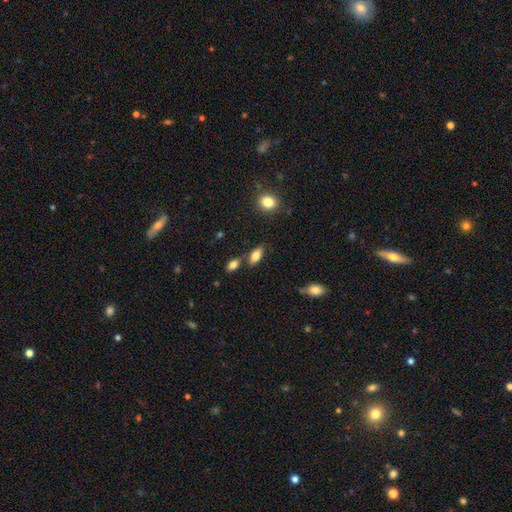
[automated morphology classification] A smooth galaxy with no disk features (78%) that is in between round and cigar-shaped (85%). Merging: none (67%).